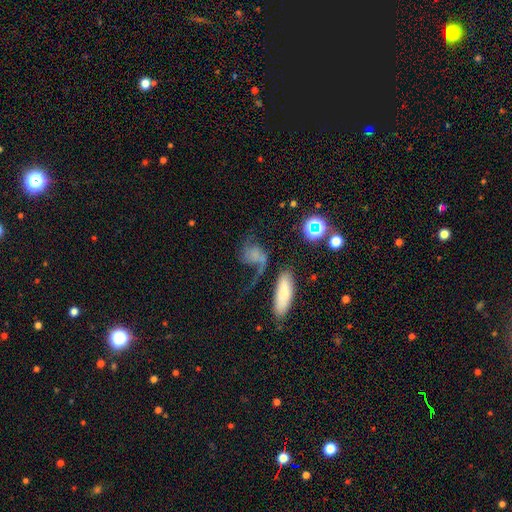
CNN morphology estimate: Smooth or featured?
  - featured or disk: 45% *
  - smooth: 39%
  - star or artifact: 16%
Merging?
  - none: 38% *
  - major disturbance: 27%
  - minor disturbance: 18%
  - merger: 17%